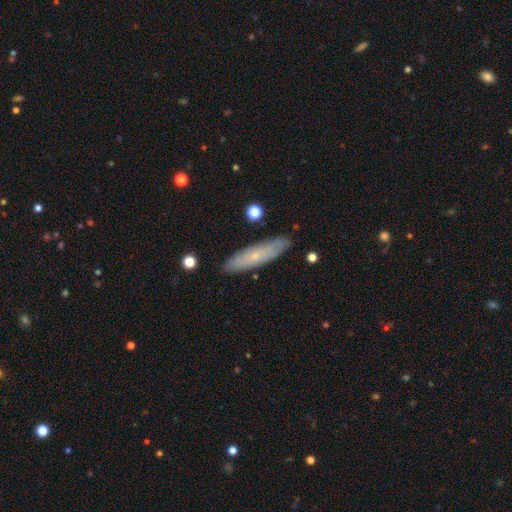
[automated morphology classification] type=smooth (54%); roundness=cigar-shaped (79%); merging=none (87%).